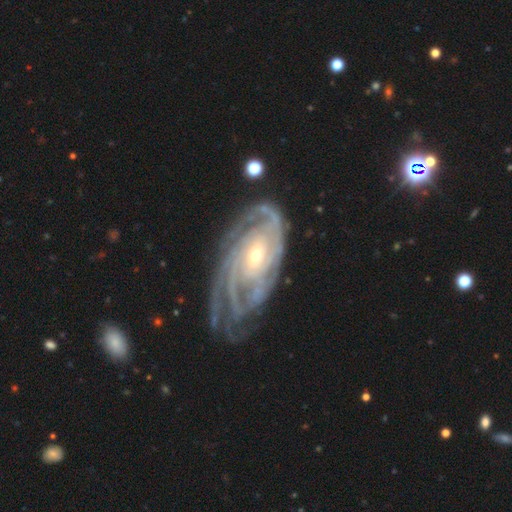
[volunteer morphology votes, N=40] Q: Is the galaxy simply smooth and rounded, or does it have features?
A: featured or disk — 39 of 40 (98%).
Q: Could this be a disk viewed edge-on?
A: no — 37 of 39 (95%).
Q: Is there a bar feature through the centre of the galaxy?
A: no — 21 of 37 (57%).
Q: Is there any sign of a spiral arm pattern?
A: yes — 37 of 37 (100%).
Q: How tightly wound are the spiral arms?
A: tight — 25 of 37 (68%).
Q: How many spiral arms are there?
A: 3 — 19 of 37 (51%).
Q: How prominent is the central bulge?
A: small — 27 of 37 (73%).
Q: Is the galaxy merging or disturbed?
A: none — 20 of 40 (50%).